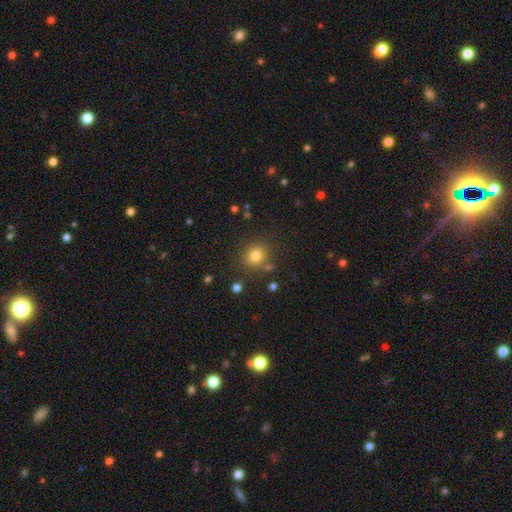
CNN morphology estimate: A smooth galaxy with no disk features (78%) that is round (82%).

Vote fractions:
- Smooth or featured? smooth: 78% / star or artifact: 15% / featured or disk: 7%
- How rounded? round: 82% / in between: 17% / cigar-shaped: 1%
- Merging? none: 80% / minor disturbance: 10% / merger: 6% / major disturbance: 4%